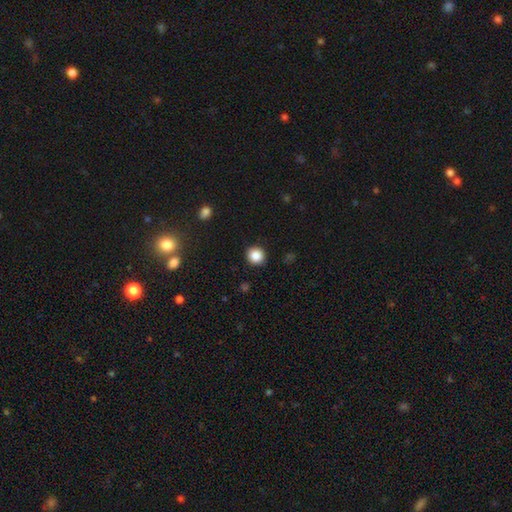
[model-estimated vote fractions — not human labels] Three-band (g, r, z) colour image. It shows a smooth galaxy with no disk features (86%) that is round (93%). Merging: none (91%).